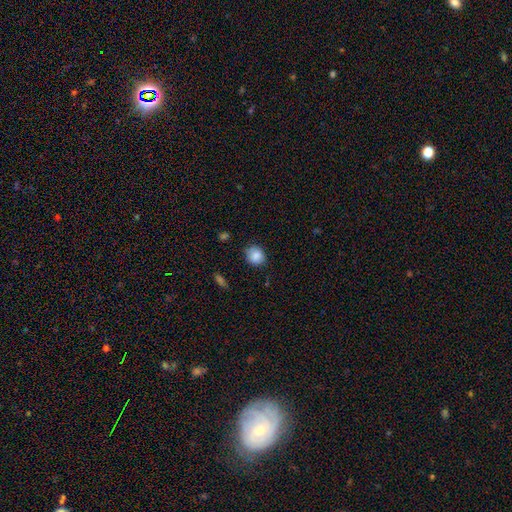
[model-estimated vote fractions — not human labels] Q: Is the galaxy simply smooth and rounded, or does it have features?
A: smooth — 86%.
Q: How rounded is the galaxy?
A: round — 67%.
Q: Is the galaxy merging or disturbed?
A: none — 77%.